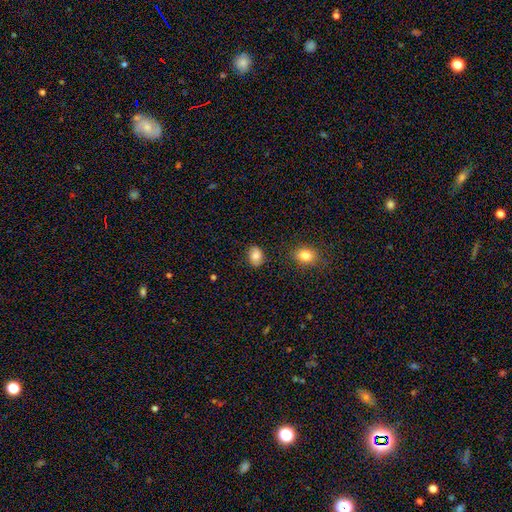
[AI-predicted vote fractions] This is clearly a smooth galaxy (84%). How rounded: likely in between (72%). Merging: clearly none (81%).